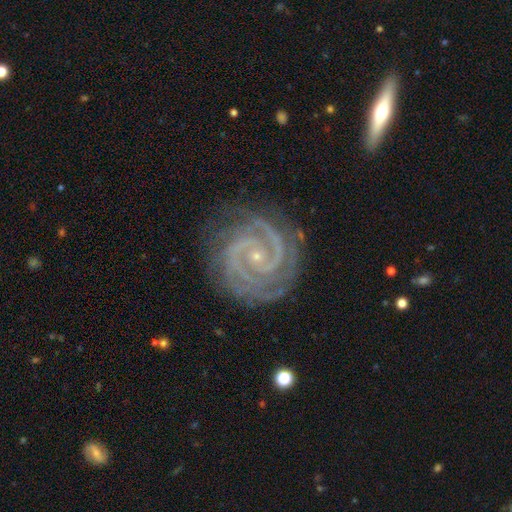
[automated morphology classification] Smooth or featured: featured or disk — 93% (star or artifact — 5%)
Edge-on disk: no — 98% (yes — 2%)
Bar: no — 58% (weak — 27%)
Spiral arms: yes — 99% (no — 1%)
Spiral winding: tight — 78% (medium — 19%)
Spiral arm count: 2 — 76% (3 — 11%)
Bulge size: small — 86% (moderate — 11%)
Merging: none — 79% (minor disturbance — 15%)